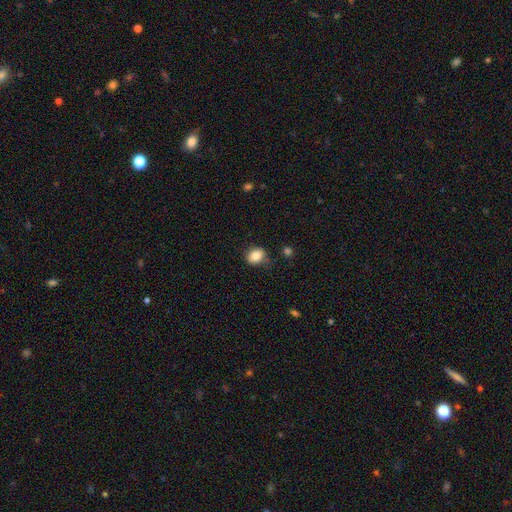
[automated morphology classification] This is clearly a smooth galaxy (84%). How rounded: possibly round (54%). Merging: likely none (71%).